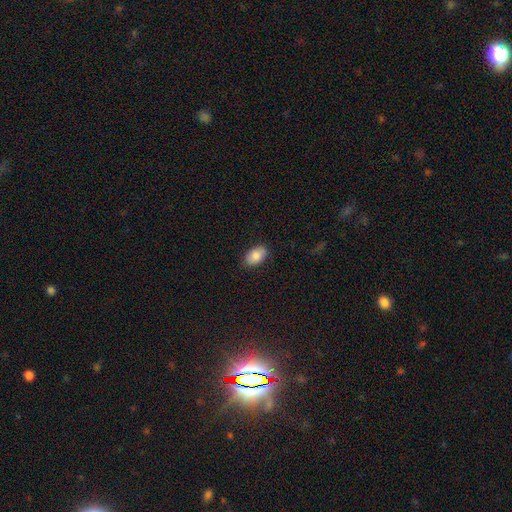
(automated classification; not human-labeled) This appears to be a smooth galaxy with no disk features (84%) that is in between round and cigar-shaped (90%). Merging: none (86%).